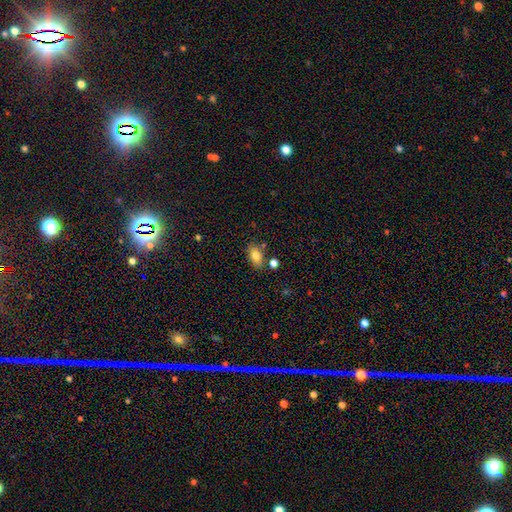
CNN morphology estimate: Smooth or featured: smooth — 80% (featured or disk — 11%)
How rounded: in between — 88% (round — 9%)
Merging: none — 75% (minor disturbance — 13%)